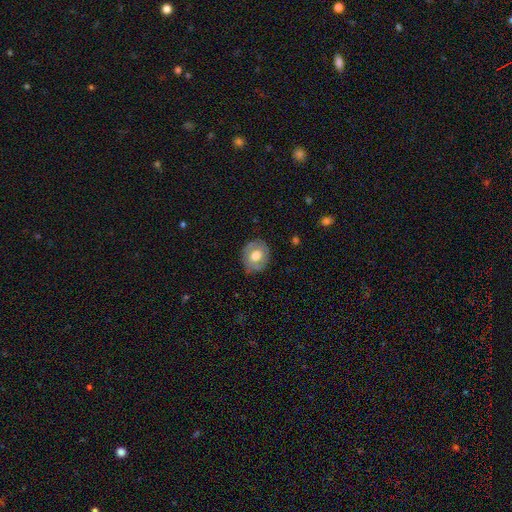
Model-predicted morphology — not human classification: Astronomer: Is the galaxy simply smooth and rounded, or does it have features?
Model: smooth — 55% (runner-up: featured or disk, 38%).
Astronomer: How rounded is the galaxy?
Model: round — 58% (runner-up: in between, 41%).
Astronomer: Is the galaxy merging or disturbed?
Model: none — 74%.